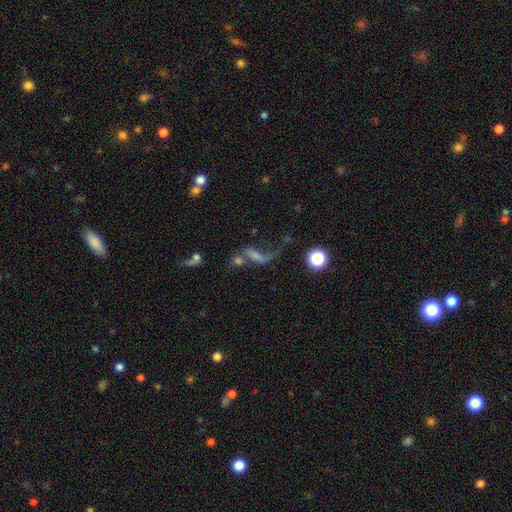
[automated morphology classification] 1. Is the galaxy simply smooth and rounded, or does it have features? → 52% featured or disk, 26% smooth, 22% star or artifact.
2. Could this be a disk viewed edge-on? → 88% no, 12% yes.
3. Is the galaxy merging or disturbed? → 33% none, 27% major disturbance, 27% merger, 14% minor disturbance.